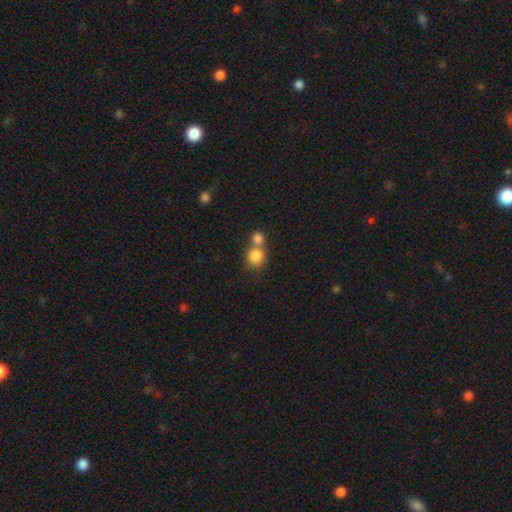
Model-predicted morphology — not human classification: Smooth or featured: smooth — 83% (star or artifact — 10%)
How rounded: round — 85% (in between — 14%)
Merging: merger — 52% (none — 39%)